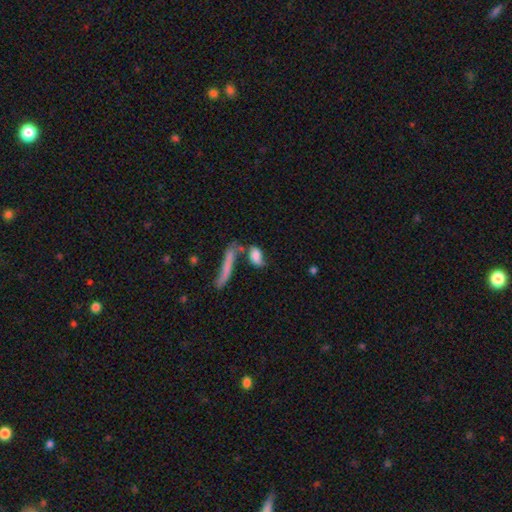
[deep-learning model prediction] smooth 68%, featured or disk 23%, star or artifact 9%. Down the decision tree: how rounded — in between (70%); merging — none (35%).